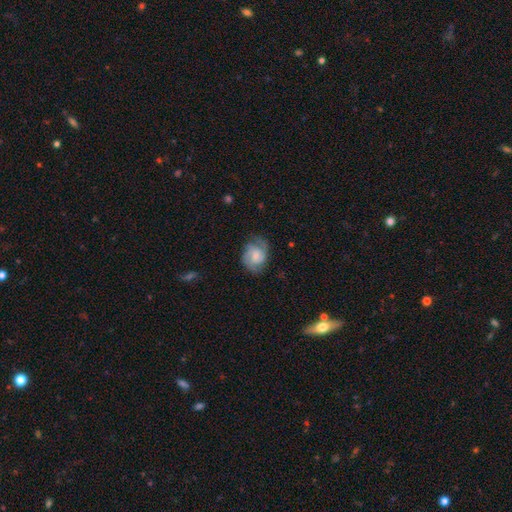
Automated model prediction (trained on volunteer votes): Morphology: type=featured or disk (74%); edge-on=no (98%); bar=no (58%); spiral arms=yes (95%); winding=medium (45%); arm count=2 (64%); bulge=small (40%); merging=none (70%).